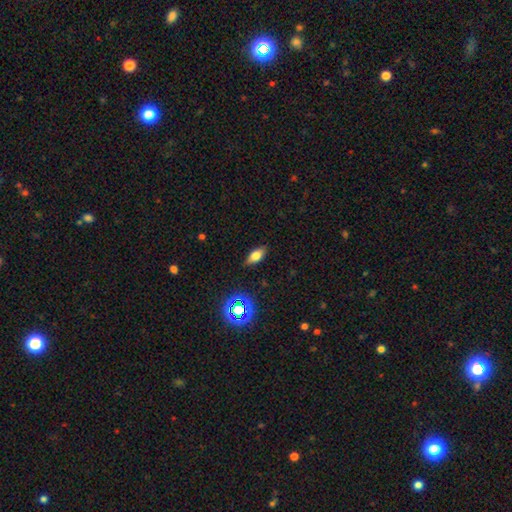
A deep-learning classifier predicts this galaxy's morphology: Smooth or featured: smooth — 68% (featured or disk — 19%)
How rounded: in between — 82% (cigar-shaped — 13%)
Merging: none — 85% (minor disturbance — 11%)